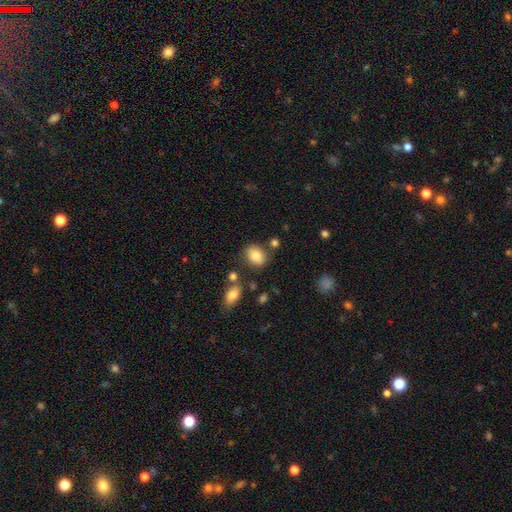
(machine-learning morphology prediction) A smooth galaxy with no disk features (82%) that is in between round and cigar-shaped (56%). Merging: none (78%).